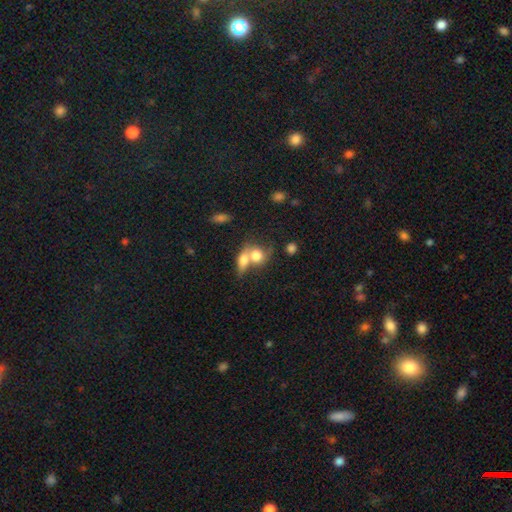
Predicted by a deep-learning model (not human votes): A smooth galaxy with no disk features (74%) that is round (60%). Merging: merger (68%).